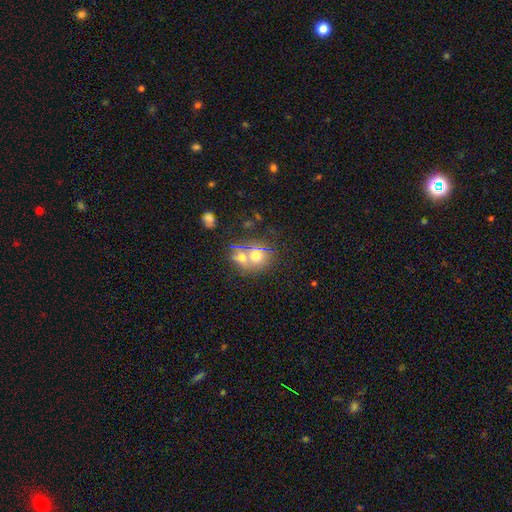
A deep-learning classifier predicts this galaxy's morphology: type=smooth (60%); roundness=round (74%); merging=merger (43%).